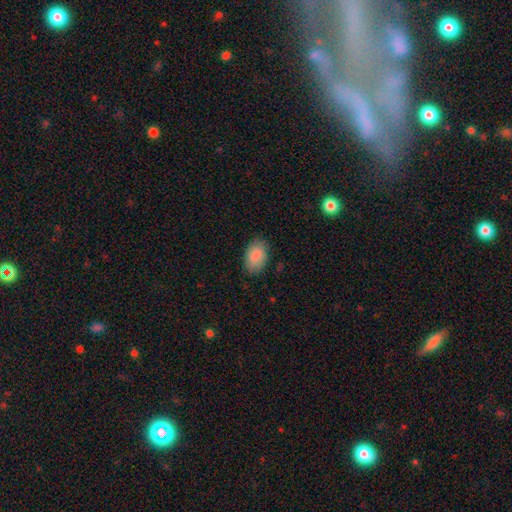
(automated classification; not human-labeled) Smooth or featured?
  - smooth: 89% *
  - star or artifact: 6%
  - featured or disk: 4%
How rounded?
  - in between: 91% *
  - round: 8%
  - cigar-shaped: 1%
Merging?
  - none: 84% *
  - minor disturbance: 12%
  - major disturbance: 3%
  - merger: 1%